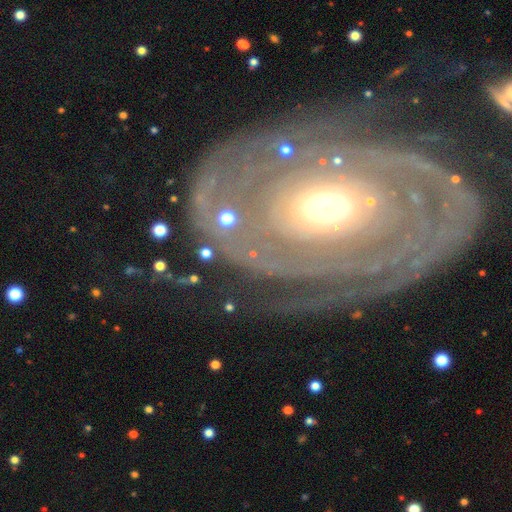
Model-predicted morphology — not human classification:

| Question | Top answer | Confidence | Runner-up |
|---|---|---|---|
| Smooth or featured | featured or disk | 83% | smooth (11%) |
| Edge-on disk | no | 95% | yes (5%) |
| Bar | no | 78% | weak (15%) |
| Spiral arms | yes | 78% | no (22%) |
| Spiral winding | tight | 74% | medium (18%) |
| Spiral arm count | can't tell | 39% | 2 (22%) |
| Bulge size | moderate | 61% | large (18%) |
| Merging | none | 72% | minor disturbance (15%) |